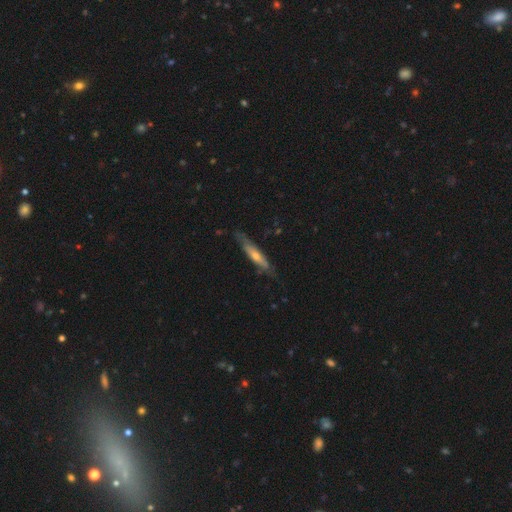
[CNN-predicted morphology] Q: Smooth or featured?
A: featured or disk (49%); runner-up: smooth (45%)
Q: Merging?
A: none (65%); runner-up: minor disturbance (26%)